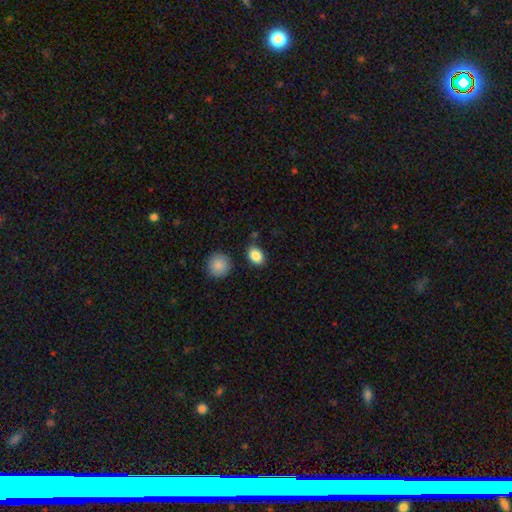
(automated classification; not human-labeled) smooth_or_featured: smooth (p=0.86) [alt: star or artifact p=0.08]
how_rounded: in between (p=0.76) [alt: round p=0.23]
merging: none (p=0.81) [alt: minor disturbance p=0.12]